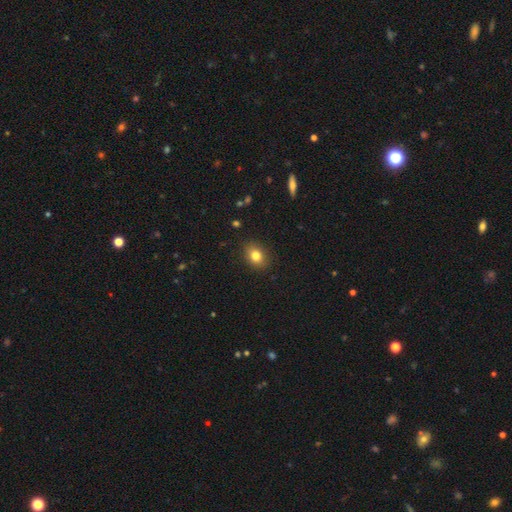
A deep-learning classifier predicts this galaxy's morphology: Overall: smooth (81%). How rounded: in between (58%; round 41%). Merging: none (87%).